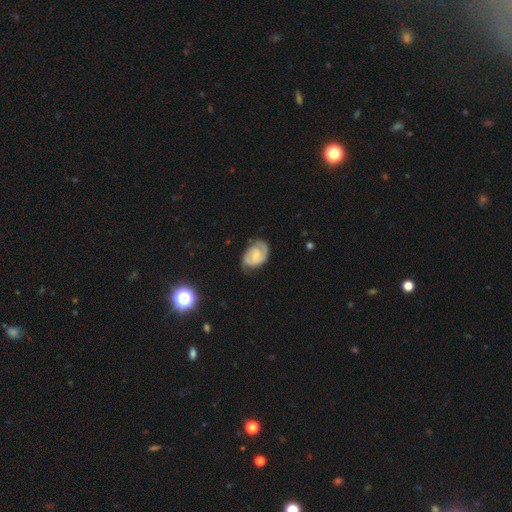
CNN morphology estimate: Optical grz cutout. It shows a featured or disk galaxy (71%) with no bar (55%), 2 (69%) tight (52%) spiral arms (92%) and a small central bulge (59%). Merging: none (63%).